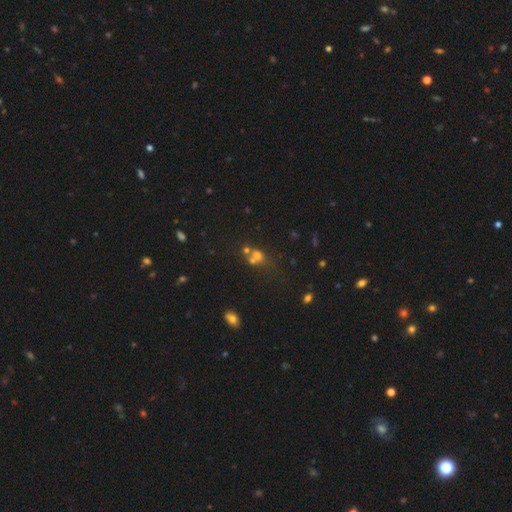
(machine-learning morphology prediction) Smooth or featured: smooth — 54% (star or artifact — 28%)
How rounded: round — 74% (in between — 24%)
Merging: merger — 46% (none — 39%)